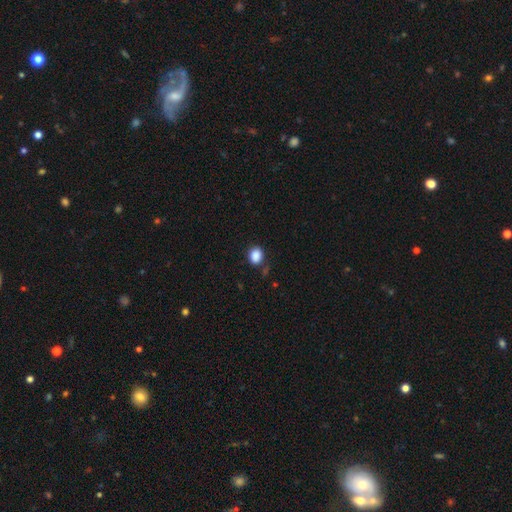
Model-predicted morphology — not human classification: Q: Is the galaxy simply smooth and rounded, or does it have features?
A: smooth — 88%.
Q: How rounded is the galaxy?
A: round — 53%.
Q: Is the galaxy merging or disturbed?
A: none — 75%.